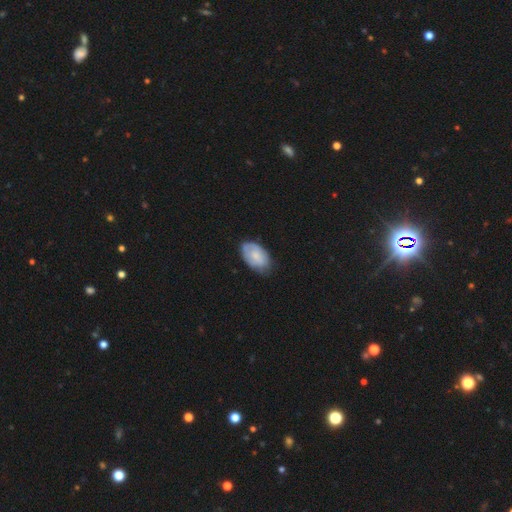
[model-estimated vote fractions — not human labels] Q: Smooth or featured?
A: smooth (66%); runner-up: featured or disk (29%)
Q: How rounded?
A: in between (93%); runner-up: round (6%)
Q: Merging?
A: none (68%); runner-up: minor disturbance (25%)